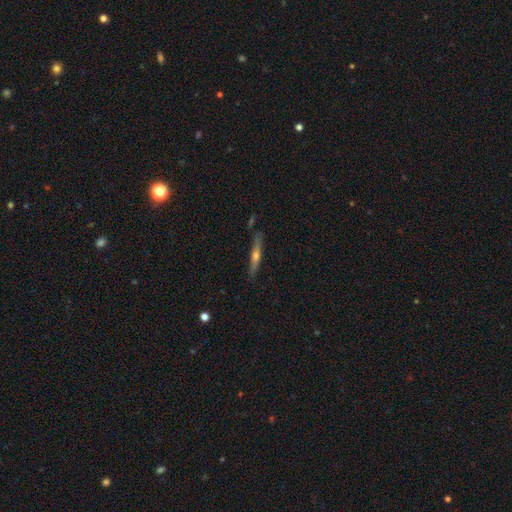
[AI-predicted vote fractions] smooth_or_featured: featured or disk (p=0.60) [alt: smooth p=0.33]
disk_edge_on: yes (p=0.96) [alt: no p=0.04]
edge_on_bulge: rounded (p=0.86) [alt: none p=0.10]
merging: none (p=0.83) [alt: minor disturbance p=0.11]